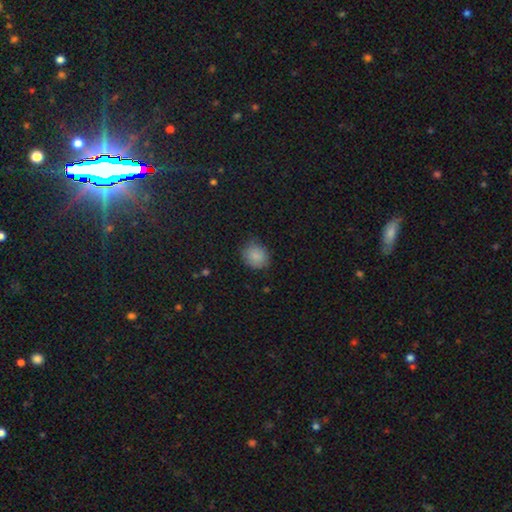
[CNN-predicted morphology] Overall: smooth (85%). How rounded: round (75%). Merging: none (79%).